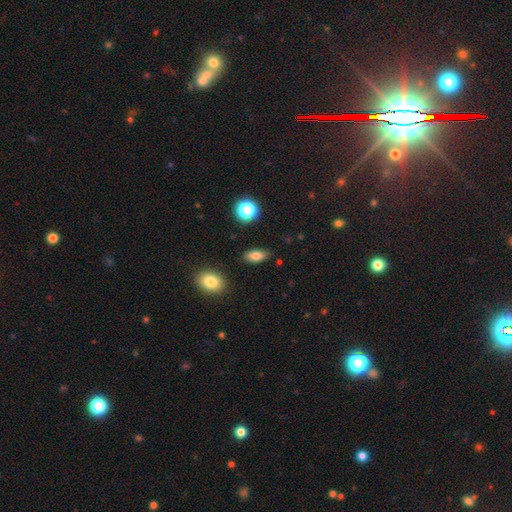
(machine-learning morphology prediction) smooth-or-featured: smooth: 79% | star or artifact: 11% | featured or disk: 10%
  how-rounded: in between: 85% | cigar-shaped: 8% | round: 7%
  merging: none: 85% | minor disturbance: 10% | major disturbance: 2% | merger: 2%